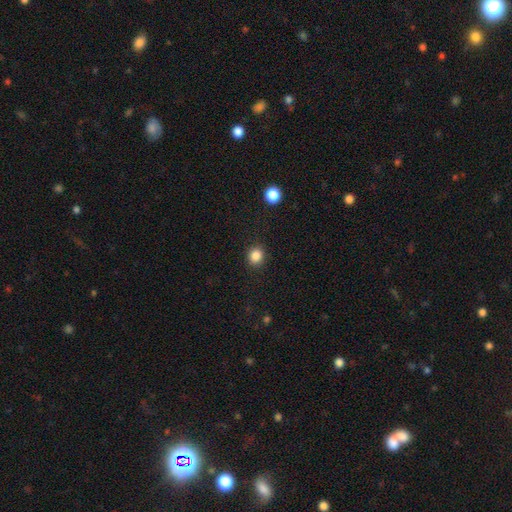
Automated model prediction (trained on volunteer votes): Q: Smooth or featured?
A: smooth (86%); runner-up: star or artifact (11%)
Q: How rounded?
A: round (82%); runner-up: in between (18%)
Q: Merging?
A: none (90%); runner-up: minor disturbance (7%)